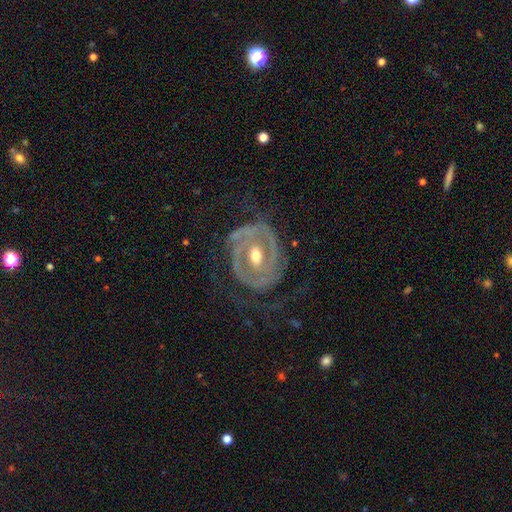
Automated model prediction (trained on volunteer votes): The model was most divided on "bar": no: 42%, weak: 38%, strong: 20%. More confident: edge-on disk — no (96%); smooth or featured — featured or disk (86%); spiral arms — yes (84%); bulge size — moderate (74%); merging — none (59%); spiral winding — tight (57%); spiral arm count — 2 (53%).